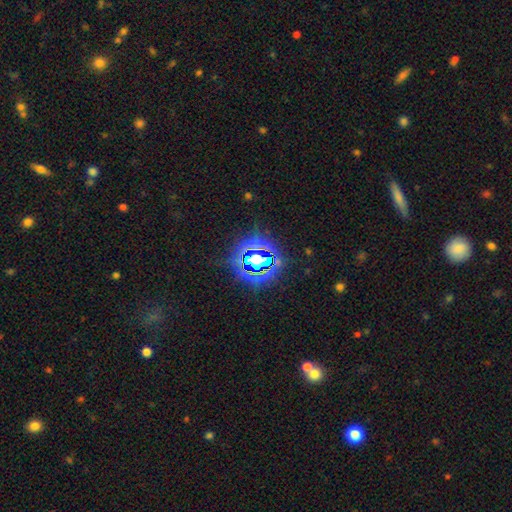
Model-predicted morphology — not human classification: Smooth or featured? Predicted: star or artifact (p=0.77).